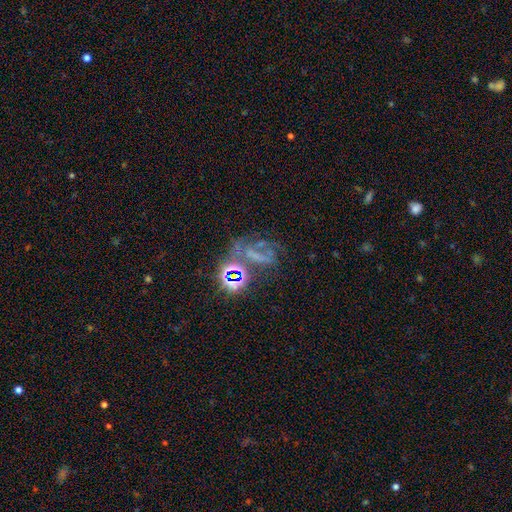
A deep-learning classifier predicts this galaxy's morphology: Q: Smooth or featured?
A: star or artifact (48%); runner-up: featured or disk (33%)